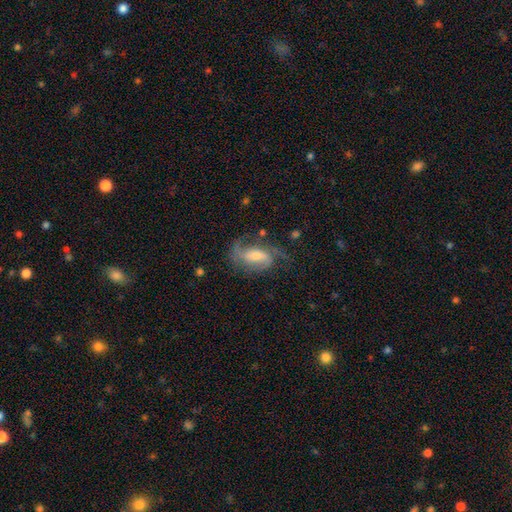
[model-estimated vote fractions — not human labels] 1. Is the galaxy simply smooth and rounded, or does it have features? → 78% featured or disk, 15% smooth, 7% star or artifact.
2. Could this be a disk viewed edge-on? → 96% no, 4% yes.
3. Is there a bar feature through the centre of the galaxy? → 46% weak, 30% no, 24% strong.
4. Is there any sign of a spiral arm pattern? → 93% yes, 7% no.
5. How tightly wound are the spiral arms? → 48% medium, 33% loose, 19% tight.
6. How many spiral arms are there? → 69% 2, 10% can't tell, 9% 1, 8% 3, 2% 4, 2% more than 4.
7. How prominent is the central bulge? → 43% moderate, 35% small, 12% large, 8% none, 2% dominant.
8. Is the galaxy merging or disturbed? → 57% none, 21% minor disturbance, 20% major disturbance, 2% merger.